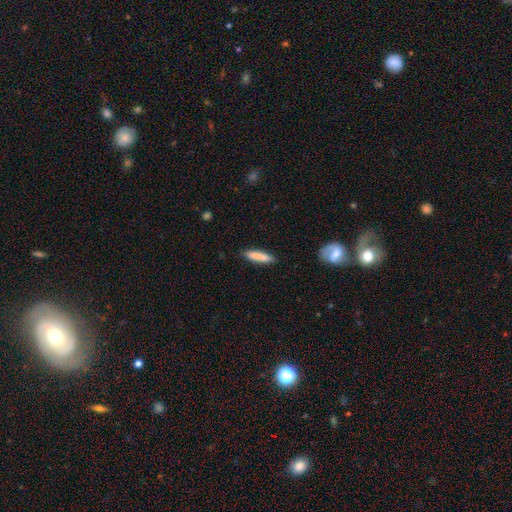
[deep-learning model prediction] Smooth or featured? Predicted: smooth (p=0.84). How rounded? Predicted: cigar-shaped (p=0.82). Merging? Predicted: none (p=0.85).